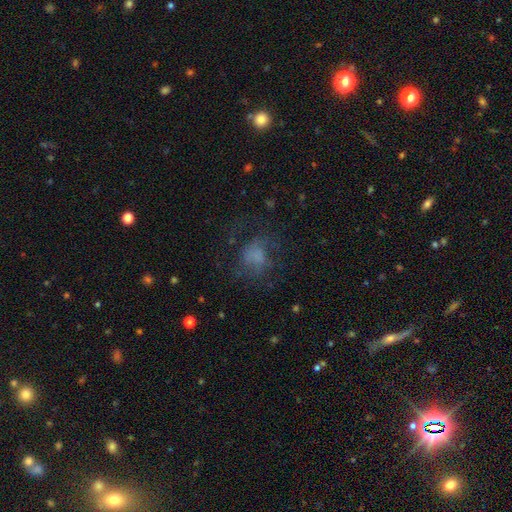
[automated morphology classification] Smooth or featured? smooth (49%)
Merging? none (50%)